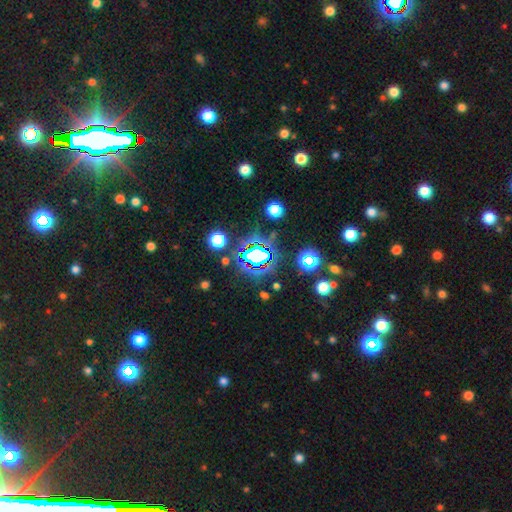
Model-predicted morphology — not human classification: type=star or artifact (67%).